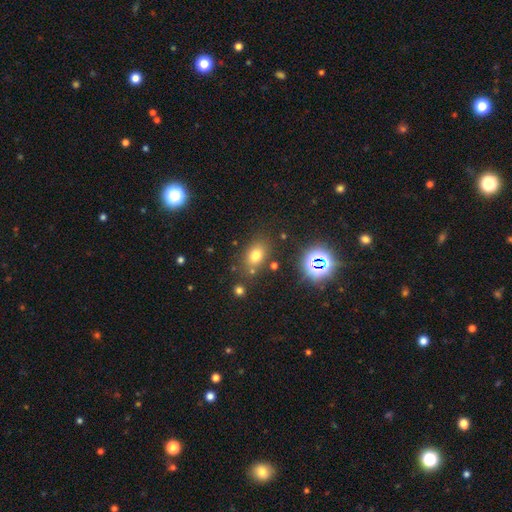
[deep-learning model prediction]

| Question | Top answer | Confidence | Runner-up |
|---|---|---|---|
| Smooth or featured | smooth | 70% | star or artifact (19%) |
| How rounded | in between | 69% | round (29%) |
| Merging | none | 76% | minor disturbance (12%) |